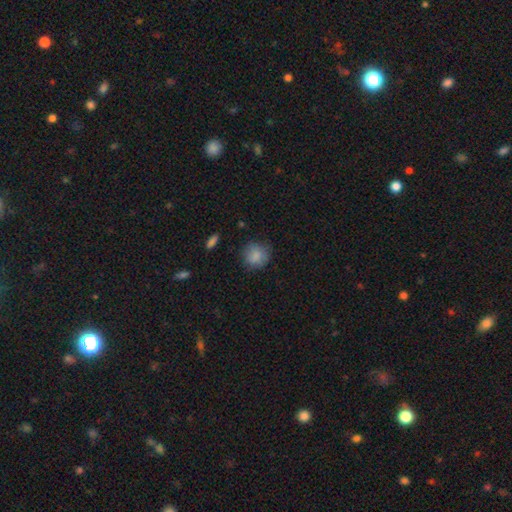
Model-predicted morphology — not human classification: Smooth or featured: smooth — 85% (star or artifact — 9%)
How rounded: round — 85% (in between — 14%)
Merging: none — 77% (minor disturbance — 17%)